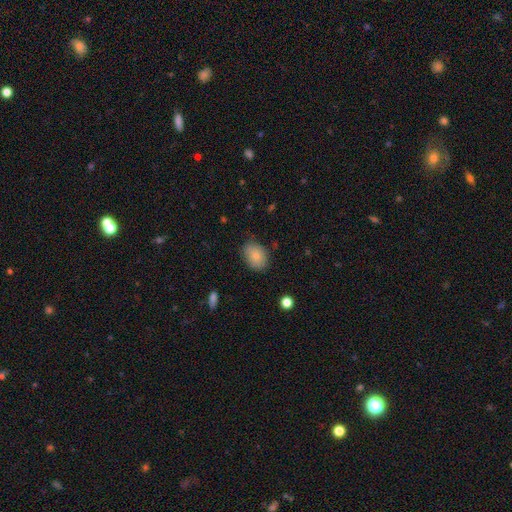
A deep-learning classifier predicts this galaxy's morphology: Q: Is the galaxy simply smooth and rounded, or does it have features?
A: smooth — 82%.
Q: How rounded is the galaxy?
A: in between — 72%.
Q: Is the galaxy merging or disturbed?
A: none — 76%.